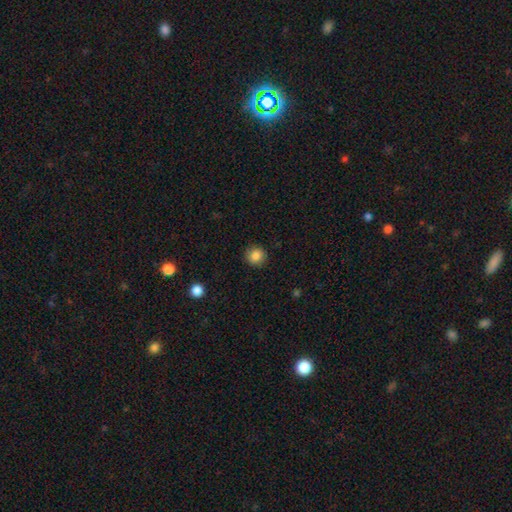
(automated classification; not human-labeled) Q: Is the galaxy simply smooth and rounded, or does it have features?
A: smooth — 85%.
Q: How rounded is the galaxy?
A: round — 91%.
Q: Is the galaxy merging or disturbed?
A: none — 90%.